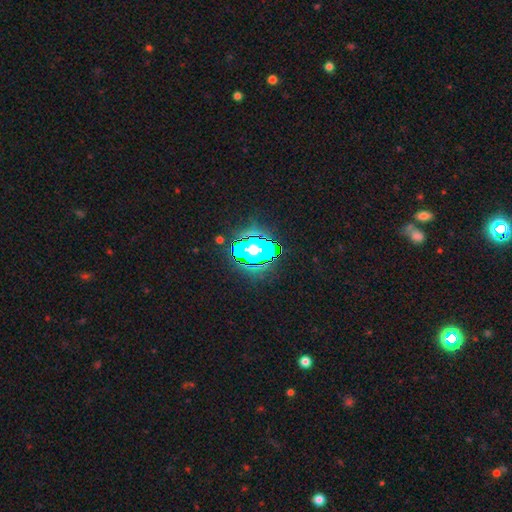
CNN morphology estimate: This is clearly a star or artifact rather than a galaxy (81%).